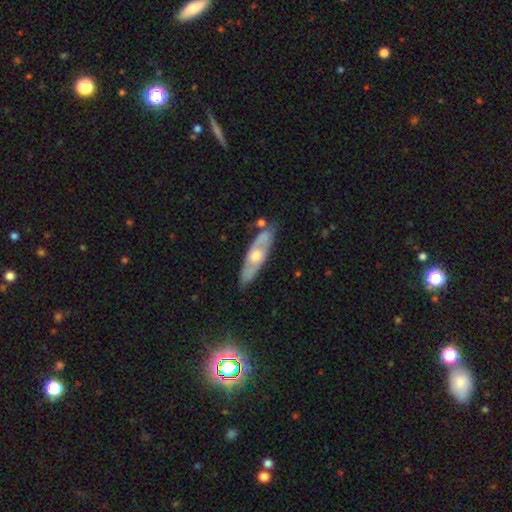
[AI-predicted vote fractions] Q: Smooth or featured?
A: featured or disk (60%); runner-up: smooth (35%)
Q: Edge-on disk?
A: no (56%); runner-up: yes (44%)
Q: Merging?
A: none (77%); runner-up: minor disturbance (16%)